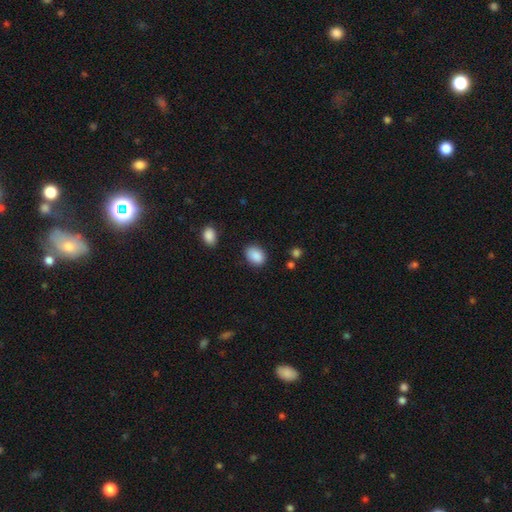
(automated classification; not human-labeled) A smooth galaxy with no disk features (89%) that is in between round and cigar-shaped (75%).

Vote fractions:
- Smooth or featured? smooth: 89% / star or artifact: 8% / featured or disk: 3%
- How rounded? in between: 75% / round: 24% / cigar-shaped: 1%
- Merging? none: 81% / minor disturbance: 13% / major disturbance: 3% / merger: 2%